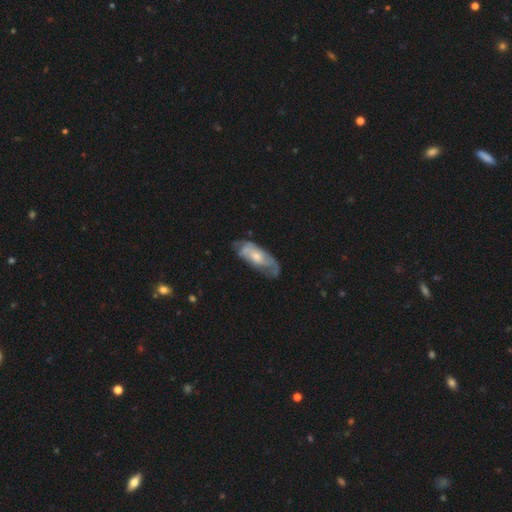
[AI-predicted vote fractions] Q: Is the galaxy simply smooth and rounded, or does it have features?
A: featured or disk — 66%.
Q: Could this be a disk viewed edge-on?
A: no — 88%.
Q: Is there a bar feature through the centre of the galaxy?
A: no — 72%.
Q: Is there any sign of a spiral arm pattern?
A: yes — 79%.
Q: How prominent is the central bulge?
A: moderate — 53%.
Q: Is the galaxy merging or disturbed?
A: none — 56%.